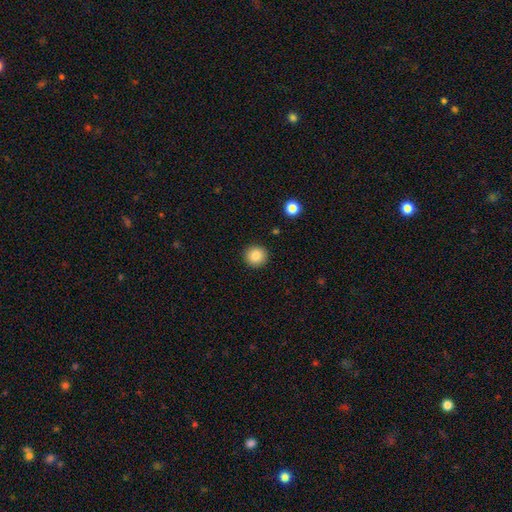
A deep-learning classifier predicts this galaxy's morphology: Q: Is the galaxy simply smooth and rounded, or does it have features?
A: smooth — 85%.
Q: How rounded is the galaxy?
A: round — 94%.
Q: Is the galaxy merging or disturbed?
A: none — 92%.